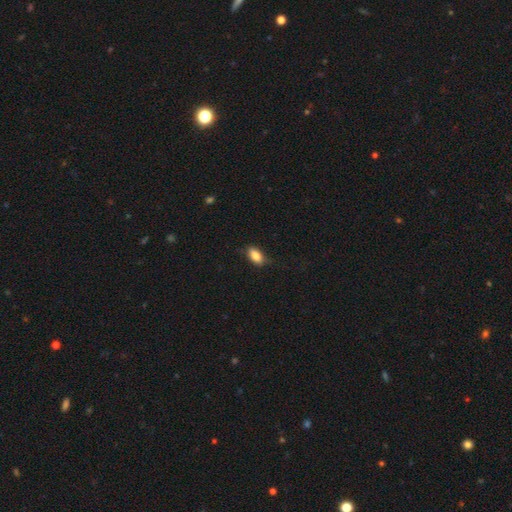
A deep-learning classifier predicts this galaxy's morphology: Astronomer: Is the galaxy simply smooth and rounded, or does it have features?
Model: smooth — 82%.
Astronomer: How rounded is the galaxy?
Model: in between — 89%.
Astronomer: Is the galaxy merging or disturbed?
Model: none — 78%.